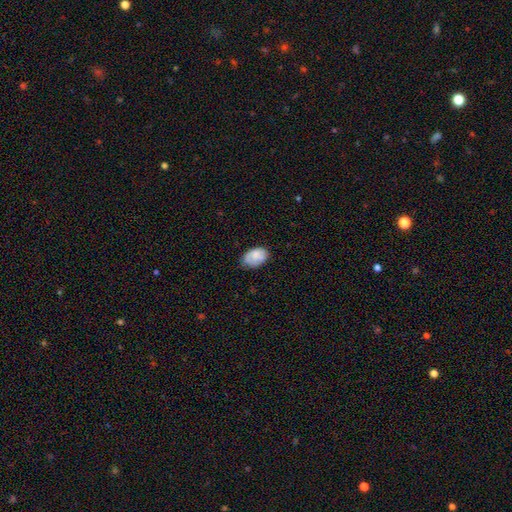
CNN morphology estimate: This appears to be a smooth galaxy with no disk features (76%) that is in between round and cigar-shaped (89%). Merging: none (70%).